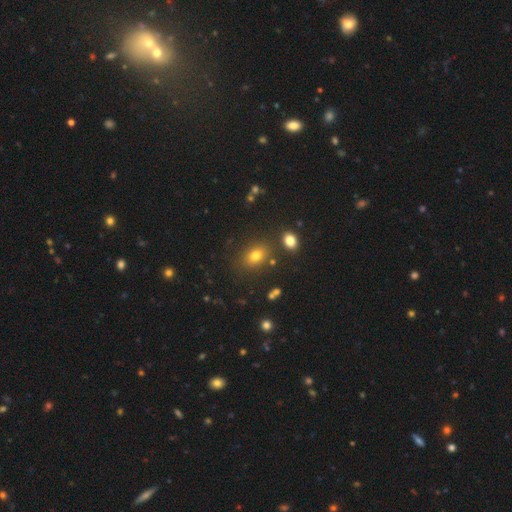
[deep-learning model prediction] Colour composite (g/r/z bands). It shows a smooth galaxy with no disk features (77%) that is in between round and cigar-shaped (66%). Merging: none (79%).